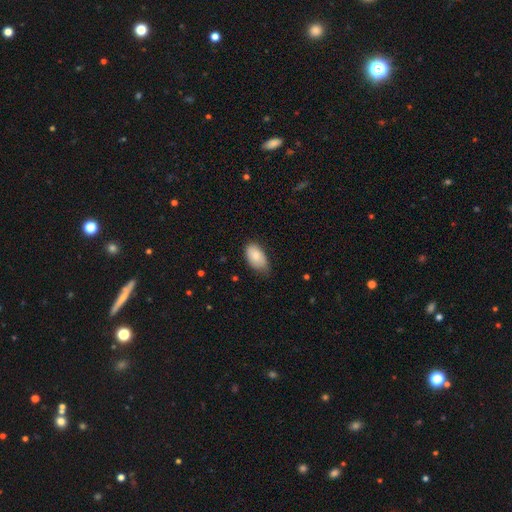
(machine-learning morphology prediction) Smooth or featured? smooth (84%)
How rounded? in between (94%)
Merging? none (60%)